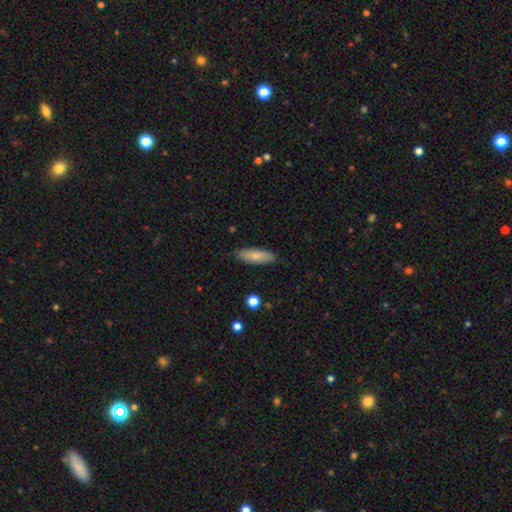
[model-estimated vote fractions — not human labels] Smooth or featured? smooth (79%)
How rounded? in between (58%)
Merging? none (86%)